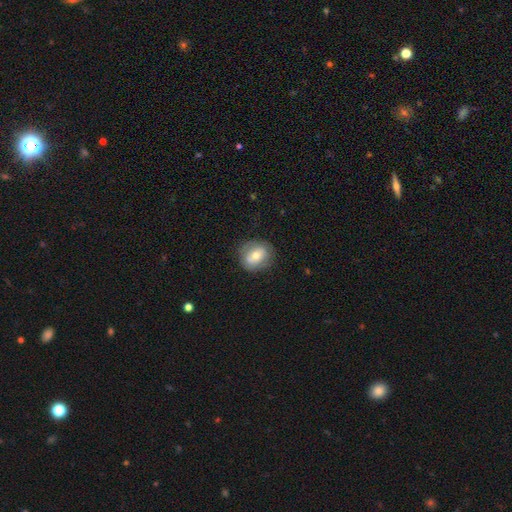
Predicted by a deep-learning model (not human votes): This is possibly a smooth galaxy (58%). How rounded: likely round (67%). Merging: likely none (76%).